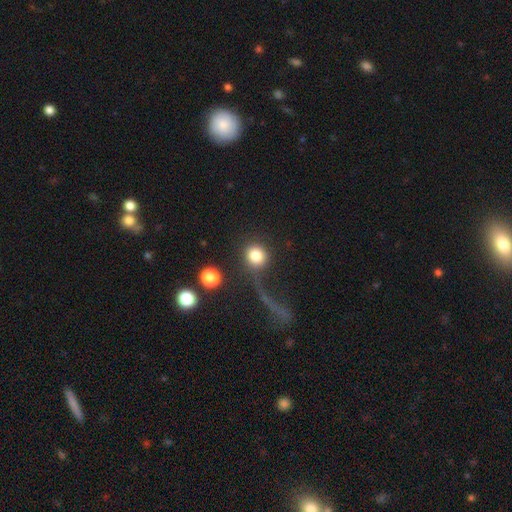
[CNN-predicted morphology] A smooth galaxy with no disk features (81%) that is round (89%).

Vote fractions:
- Smooth or featured? smooth: 81% / star or artifact: 10% / featured or disk: 9%
- How rounded? round: 89% / in between: 10% / cigar-shaped: 1%
- Merging? none: 59% / major disturbance: 18% / minor disturbance: 12% / merger: 11%